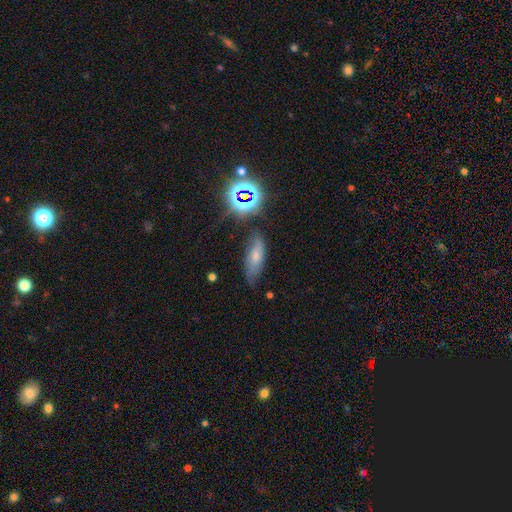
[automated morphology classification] Smooth or featured: smooth — 57% (featured or disk — 25%)
How rounded: in between — 68% (cigar-shaped — 28%)
Merging: none — 62% (minor disturbance — 26%)